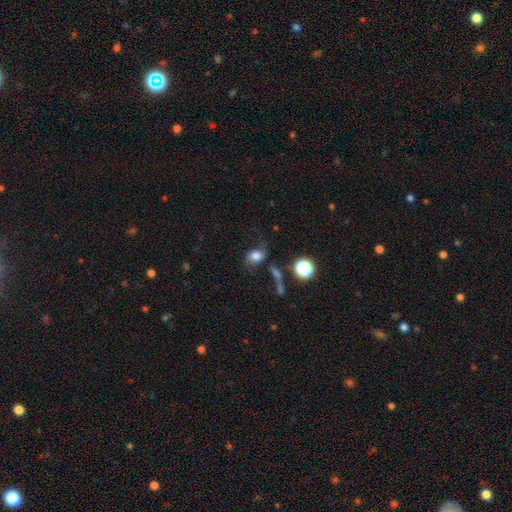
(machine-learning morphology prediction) Q: Smooth or featured?
A: smooth (56%); runner-up: featured or disk (31%)
Q: How rounded?
A: in between (63%); runner-up: round (35%)
Q: Merging?
A: none (51%); runner-up: minor disturbance (22%)